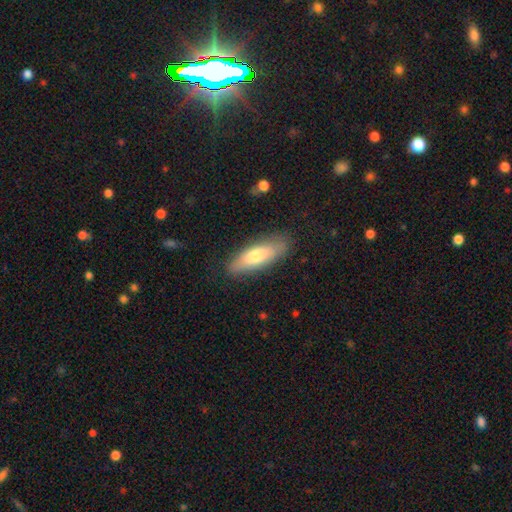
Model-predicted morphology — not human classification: Smooth or featured?
  - smooth: 69% *
  - featured or disk: 25%
  - star or artifact: 6%
How rounded?
  - in between: 56% *
  - cigar-shaped: 42%
  - round: 2%
Merging?
  - none: 83% *
  - minor disturbance: 13%
  - major disturbance: 3%
  - merger: 1%